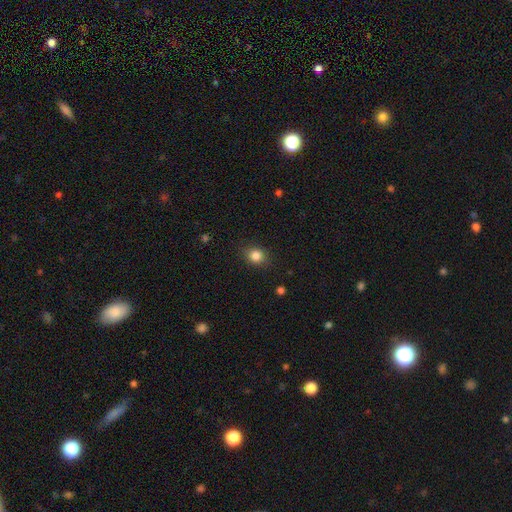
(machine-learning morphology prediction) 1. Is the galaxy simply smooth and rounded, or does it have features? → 84% smooth, 11% star or artifact, 5% featured or disk.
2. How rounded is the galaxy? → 69% round, 30% in between, 1% cigar-shaped.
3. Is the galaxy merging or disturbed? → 86% none, 10% minor disturbance, 3% major disturbance, 1% merger.